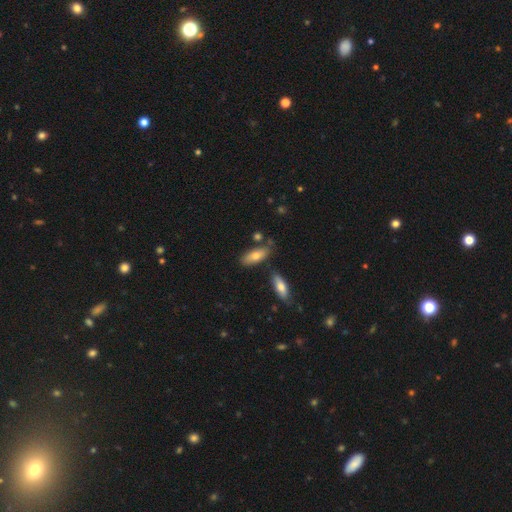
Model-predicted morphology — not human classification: Overall: smooth (74%). How rounded: in between (75%). Merging: none (70%).